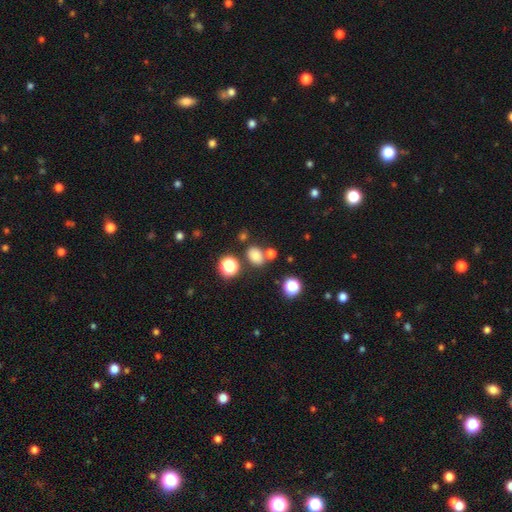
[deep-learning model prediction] Overall: smooth (75%). How rounded: in between (62%; round 37%). Merging: none (70%).